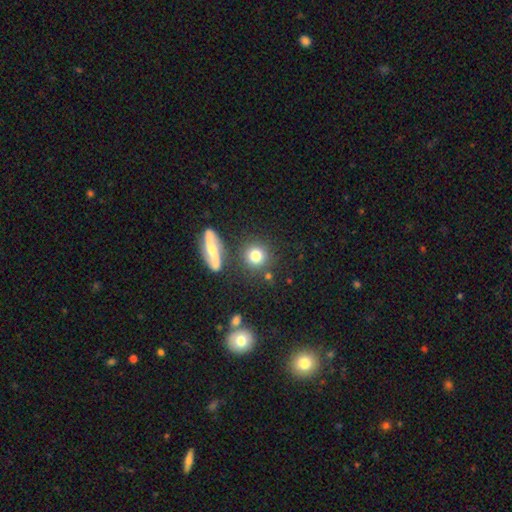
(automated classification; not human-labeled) Smooth or featured: smooth — 78% (featured or disk — 12%)
How rounded: round — 89% (in between — 9%)
Merging: none — 79% (minor disturbance — 9%)